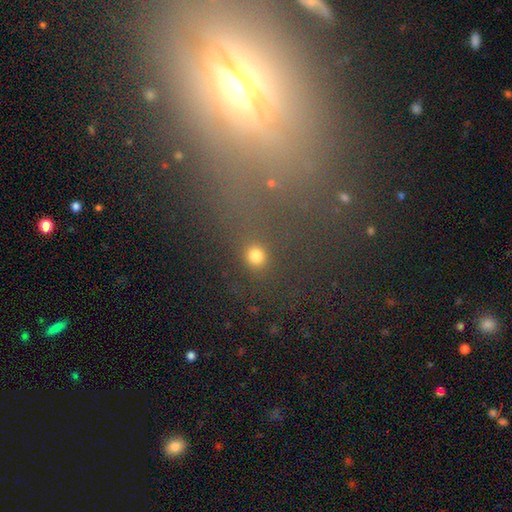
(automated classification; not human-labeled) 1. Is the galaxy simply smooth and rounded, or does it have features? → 75% smooth, 19% star or artifact, 6% featured or disk.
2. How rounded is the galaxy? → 83% round, 15% in between, 2% cigar-shaped.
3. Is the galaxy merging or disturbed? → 79% none, 9% minor disturbance, 6% merger, 5% major disturbance.